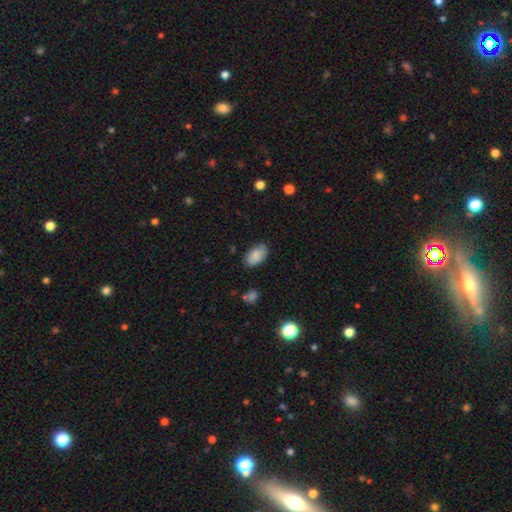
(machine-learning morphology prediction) Overall: smooth (86%). How rounded: in between (94%). Merging: none (81%).